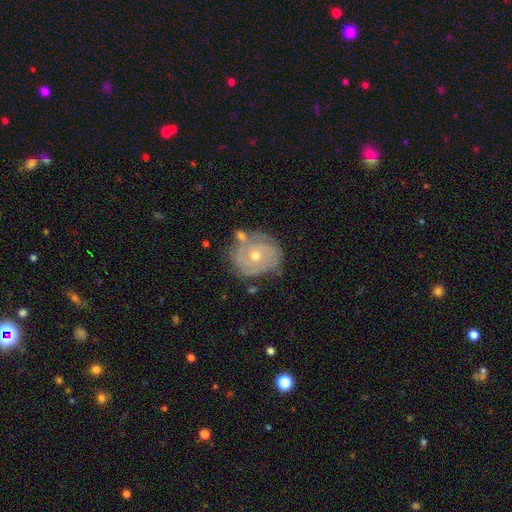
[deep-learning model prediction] Overall: featured or disk (82%). Edge-on disk: no (98%). Bar: no (76%). Spiral arms: yes (92%). Spiral arm count: 2 (41%; 3 24%). Spiral winding: tight (70%). Bulge size: moderate (54%; small 43%). Merging: none (70%).